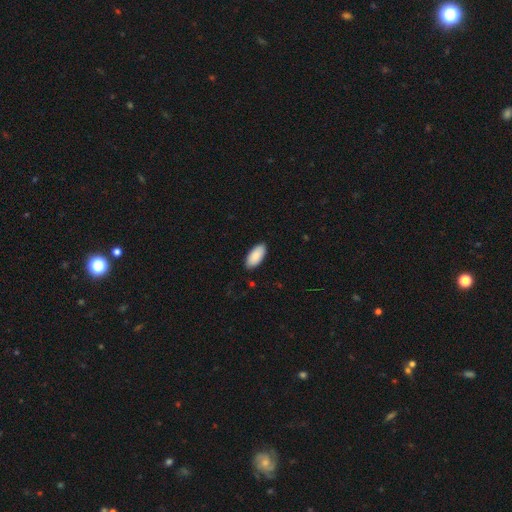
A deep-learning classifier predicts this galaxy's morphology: Smooth or featured? Predicted: smooth (p=0.90). How rounded? Predicted: in between (p=0.93). Merging? Predicted: none (p=0.89).